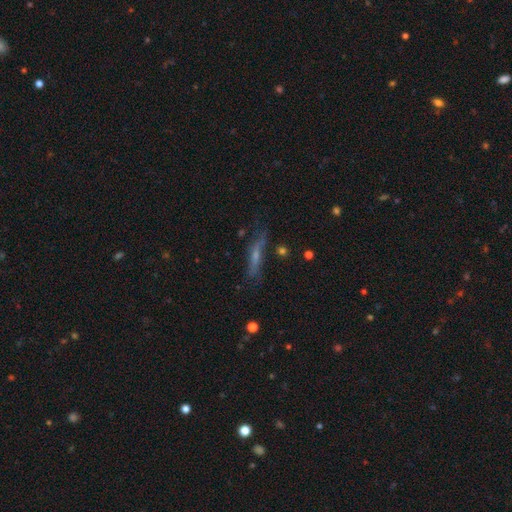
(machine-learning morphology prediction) featured or disk 52%, smooth 34%, star or artifact 14%. Down the decision tree: edge-on disk — yes (78%); merging — none (68%).